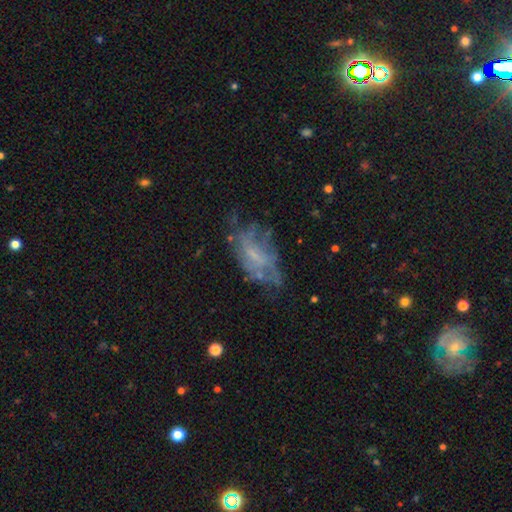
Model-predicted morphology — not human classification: Overall: featured or disk (61%; smooth 28%). Edge-on disk: no (94%). Bar: no (58%; weak 34%). Spiral arms: no (57%; yes 43%). Bulge size: small (43%; none 39%). Merging: none (45%; minor disturbance 26%).